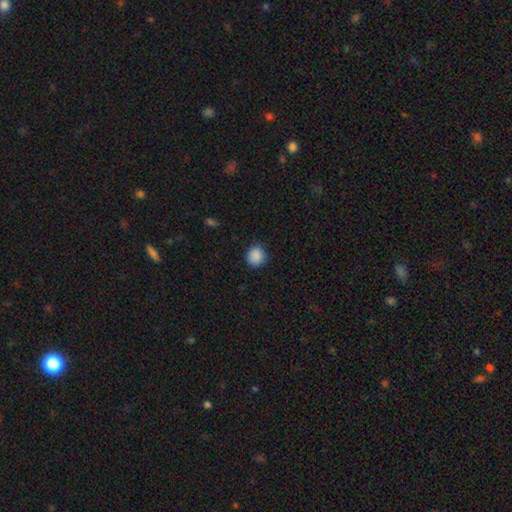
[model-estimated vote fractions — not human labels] Q: Smooth or featured?
A: smooth (88%); runner-up: star or artifact (9%)
Q: How rounded?
A: round (91%); runner-up: in between (8%)
Q: Merging?
A: none (88%); runner-up: minor disturbance (9%)